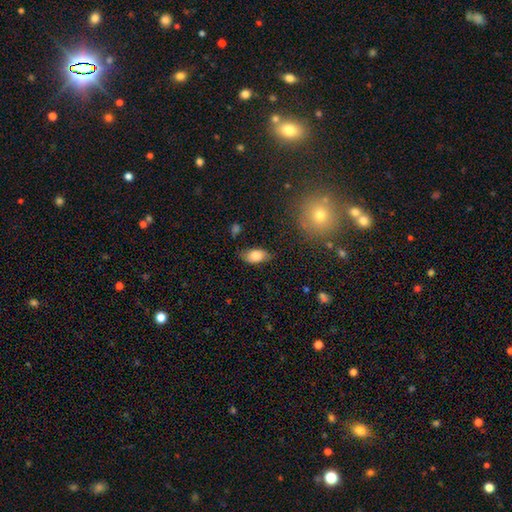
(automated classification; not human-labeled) The model was most divided on "merging": none: 69%, minor disturbance: 23%, major disturbance: 5%, merger: 2%. More confident: how rounded — in between (91%); smooth or featured — smooth (81%).